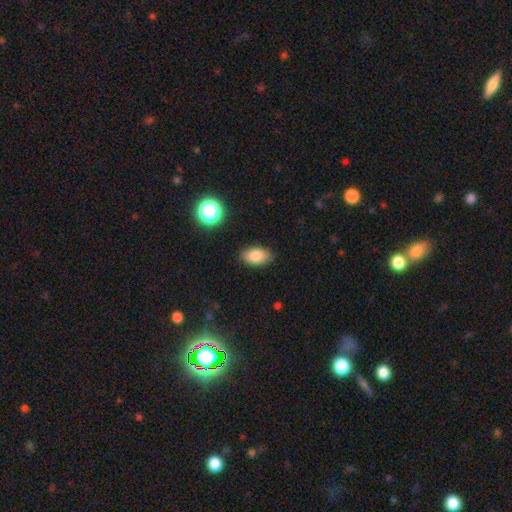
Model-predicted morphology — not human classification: Q: Smooth or featured?
A: smooth (83%); runner-up: star or artifact (9%)
Q: How rounded?
A: in between (90%); runner-up: round (8%)
Q: Merging?
A: none (86%); runner-up: minor disturbance (11%)